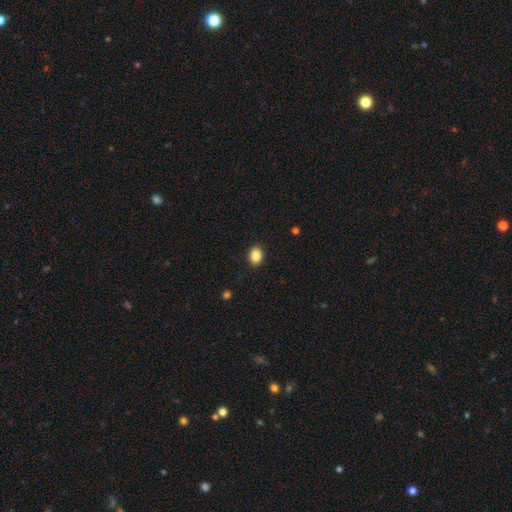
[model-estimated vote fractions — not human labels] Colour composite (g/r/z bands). It shows a smooth galaxy with no disk features (87%) that is in between round and cigar-shaped (58%). Merging: none (91%).